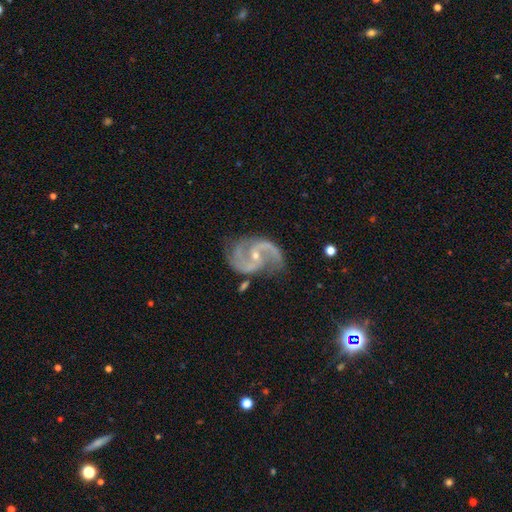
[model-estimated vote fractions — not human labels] Morphology: type=featured or disk (92%); edge-on=no (98%); bar=no (48%); spiral arms=yes (98%); winding=medium (52%); arm count=2 (88%); bulge=small (67%); merging=none (69%).